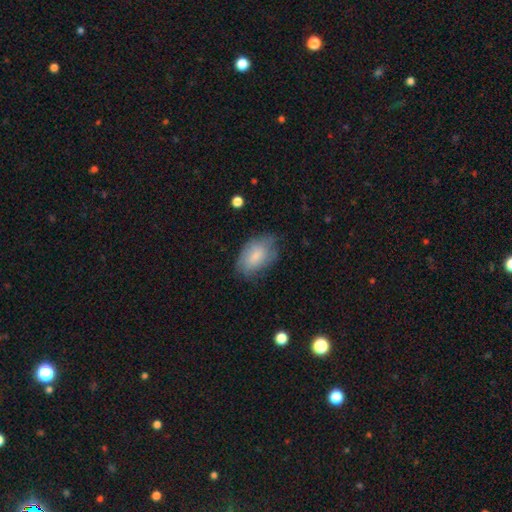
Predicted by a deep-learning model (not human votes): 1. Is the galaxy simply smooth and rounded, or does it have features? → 74% smooth, 19% featured or disk, 7% star or artifact.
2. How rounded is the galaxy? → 91% in between, 8% round, 2% cigar-shaped.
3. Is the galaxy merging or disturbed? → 61% none, 29% minor disturbance, 9% major disturbance, 2% merger.